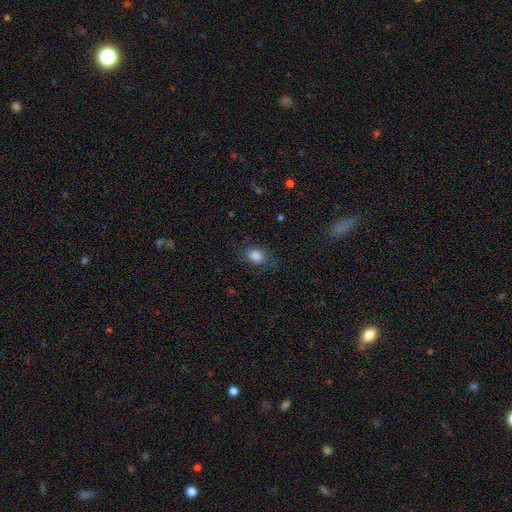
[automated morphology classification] A smooth galaxy with no disk features (83%) that is in between round and cigar-shaped (58%). Merging: none (74%).